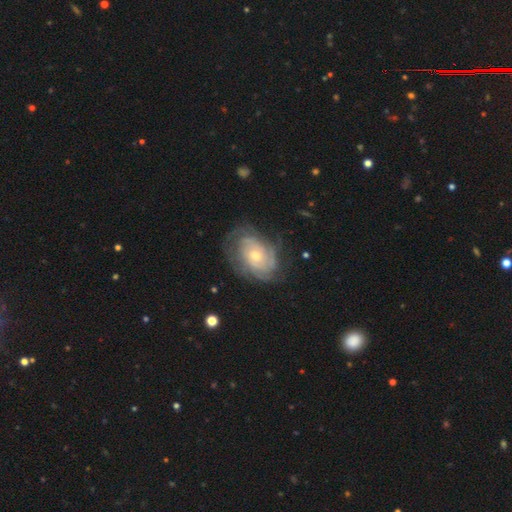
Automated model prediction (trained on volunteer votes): This appears to be a featured or disk galaxy (80%) with no bar (78%), tight (71%) spiral arms (91%) and a moderate central bulge (53%). Merging: none (68%).